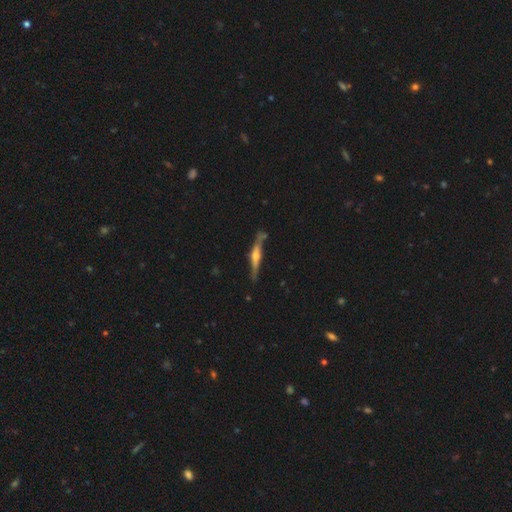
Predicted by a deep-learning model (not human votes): Smooth or featured: featured or disk — 73% (smooth — 21%)
Edge-on disk: yes — 96% (no — 4%)
Edge-on bulge: rounded — 84% (boxy — 9%)
Merging: none — 76% (minor disturbance — 16%)